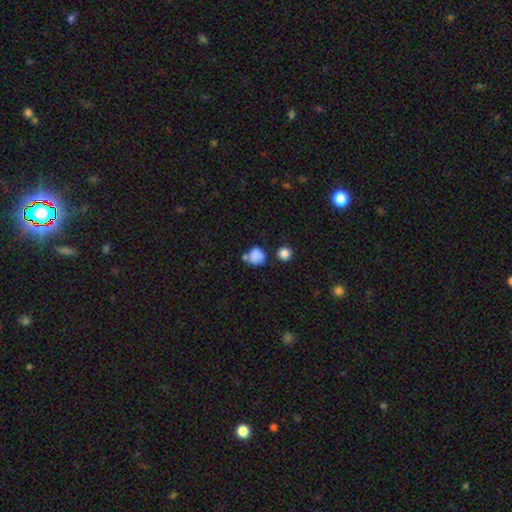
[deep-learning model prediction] smooth 80%, star or artifact 11%, featured or disk 9%. Down the decision tree: how rounded — round (71%); merging — none (48%).